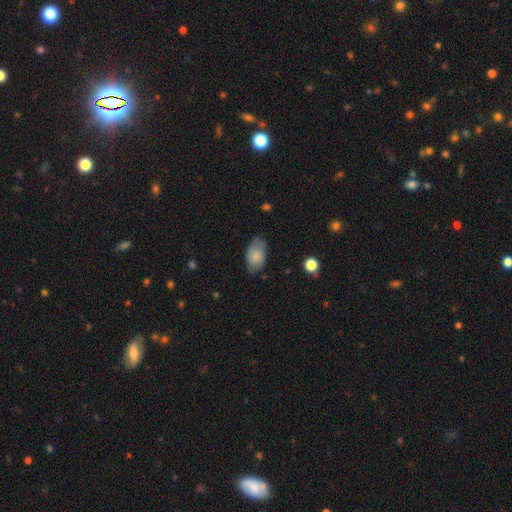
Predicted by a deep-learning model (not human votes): Smooth or featured? smooth (81%)
How rounded? in between (92%)
Merging? none (72%)